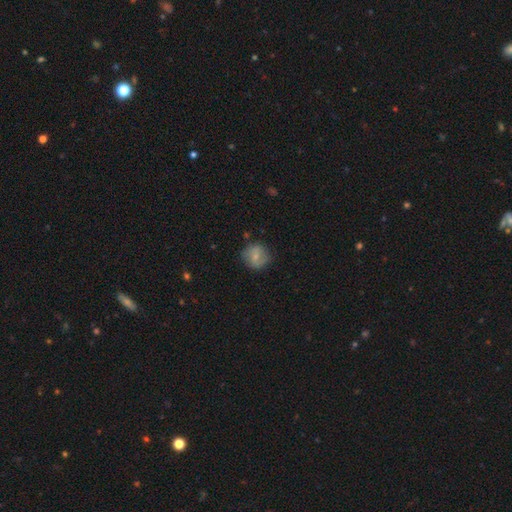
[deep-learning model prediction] Smooth or featured: smooth — 64% (featured or disk — 28%)
How rounded: round — 85% (in between — 14%)
Merging: none — 78% (minor disturbance — 16%)